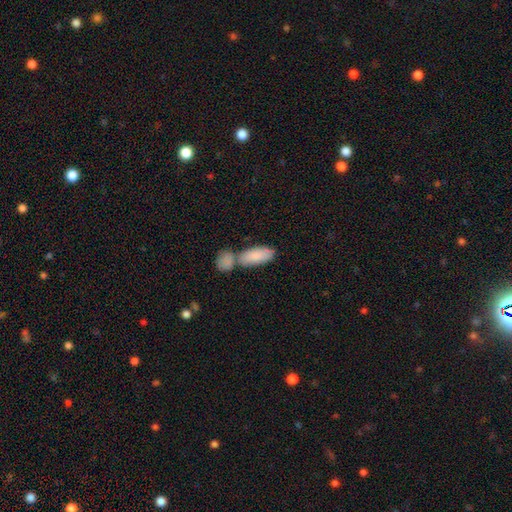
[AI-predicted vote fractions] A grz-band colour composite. It shows a smooth galaxy with no disk features (84%) that is in between round and cigar-shaped (82%). Merging: none (43%).